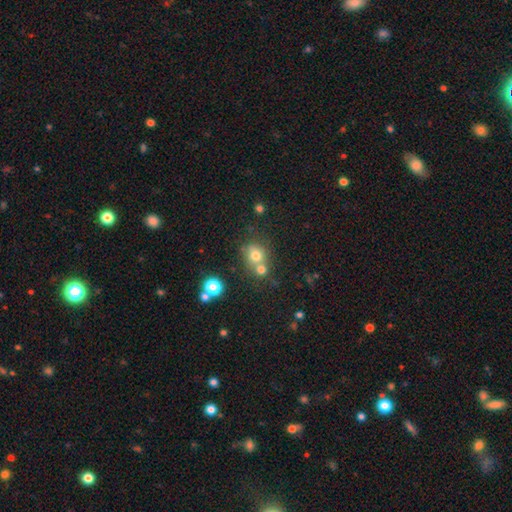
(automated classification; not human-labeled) Smooth or featured? Predicted: smooth (p=0.72). How rounded? Predicted: round (p=0.76). Merging? Predicted: none (p=0.45).